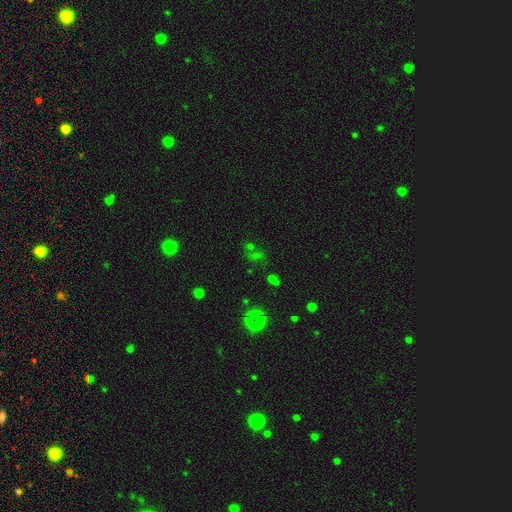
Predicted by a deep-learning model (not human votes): A star or artifact, not a galaxy (57%).